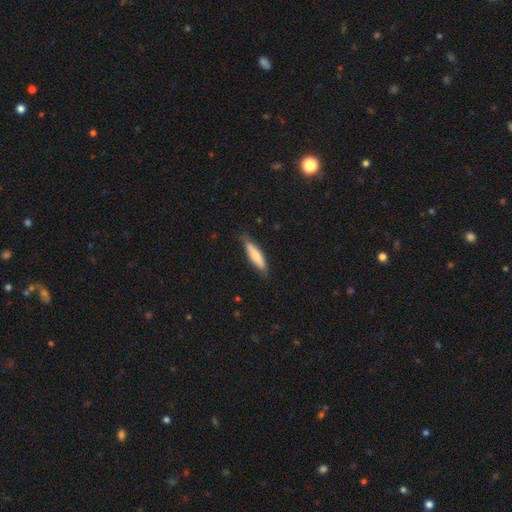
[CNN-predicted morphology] Smooth or featured? smooth (73%)
How rounded? cigar-shaped (72%)
Merging? none (79%)